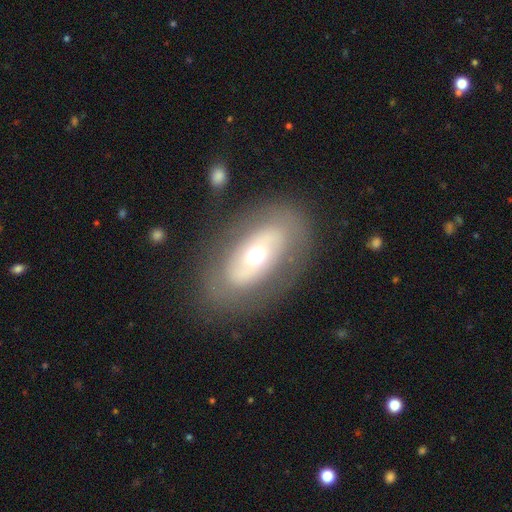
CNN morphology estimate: The model was most divided on "smooth or featured": featured or disk: 56%, smooth: 37%, star or artifact: 7%. More confident: edge-on disk — no (90%); merging — none (79%); spiral arms — no (74%); bar — no (71%); bulge size — moderate (68%).